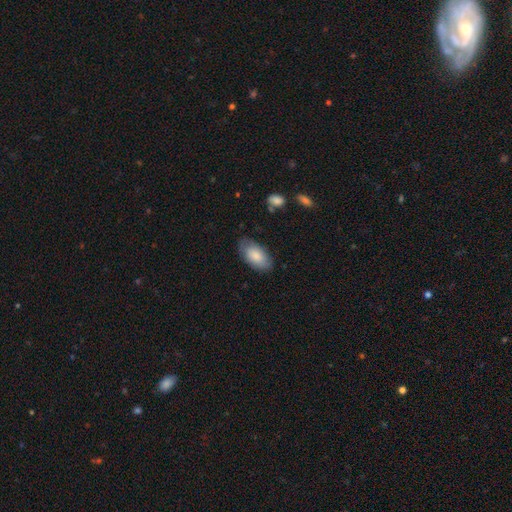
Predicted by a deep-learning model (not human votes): Smooth or featured? Predicted: smooth (p=0.82). How rounded? Predicted: in between (p=0.95). Merging? Predicted: none (p=0.77).